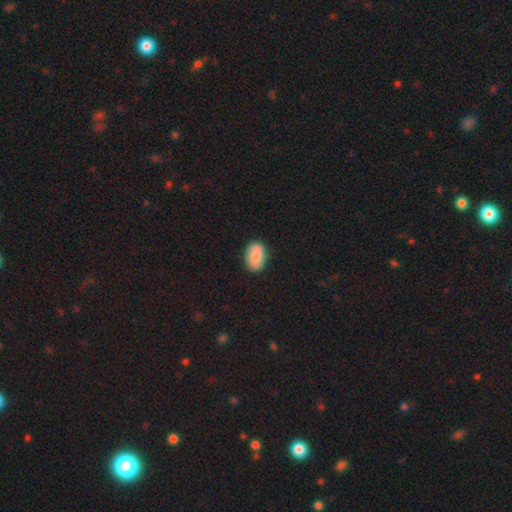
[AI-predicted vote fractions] A smooth galaxy with no disk features (74%) that is in between round and cigar-shaped (88%).

Vote fractions:
- Smooth or featured? smooth: 74% / featured or disk: 18% / star or artifact: 7%
- How rounded? in between: 88% / round: 11% / cigar-shaped: 1%
- Merging? none: 85% / minor disturbance: 11% / major disturbance: 2% / merger: 1%